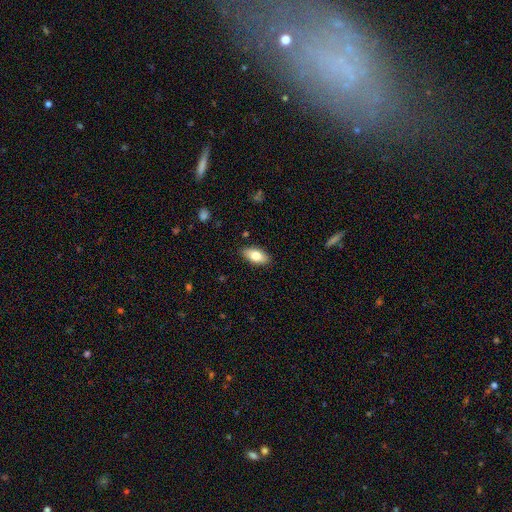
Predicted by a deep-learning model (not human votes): smooth 78%, featured or disk 15%, star or artifact 7%. Down the decision tree: how rounded — in between (90%); merging — none (88%).